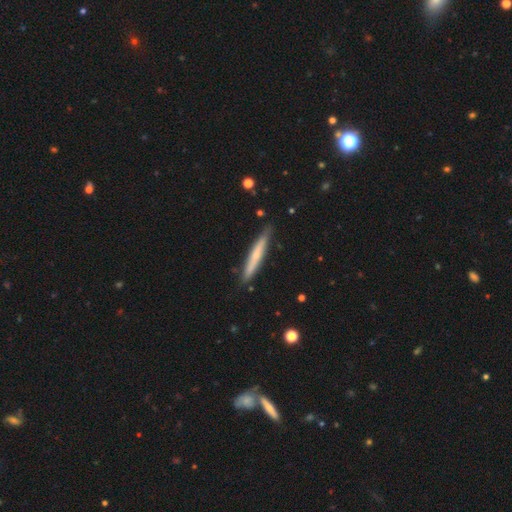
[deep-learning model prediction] Overall: smooth (52%; featured or disk 43%). How rounded: cigar-shaped (95%). Merging: none (86%).